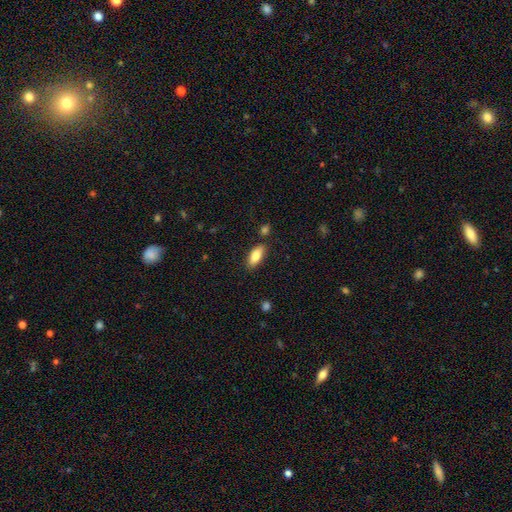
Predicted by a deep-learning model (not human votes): Smooth or featured?
  - smooth: 82% *
  - featured or disk: 12%
  - star or artifact: 7%
How rounded?
  - in between: 77% *
  - cigar-shaped: 21%
  - round: 2%
Merging?
  - none: 83% *
  - minor disturbance: 11%
  - merger: 3%
  - major disturbance: 2%